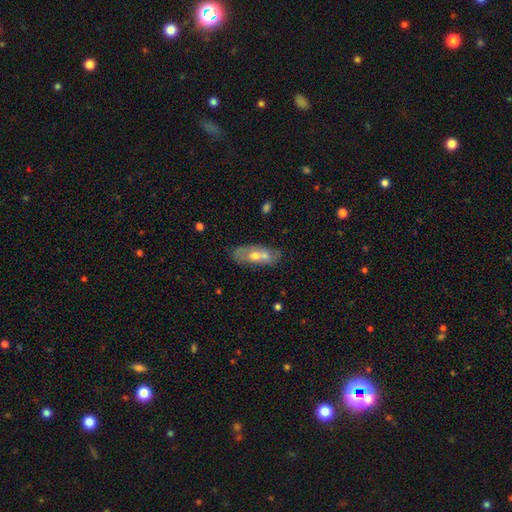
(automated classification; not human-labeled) Overall: smooth (48%; featured or disk 44%). Merging: none (39%, tied with merger).